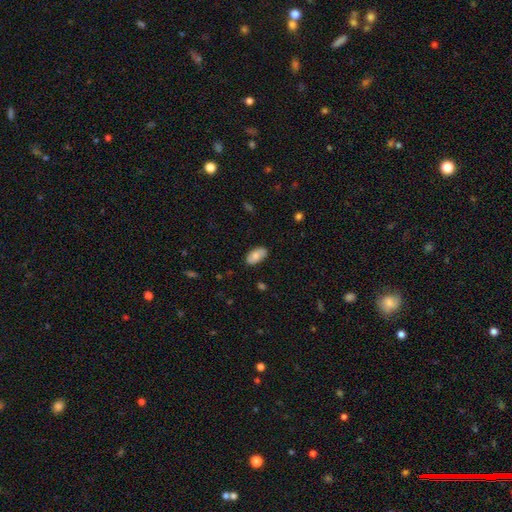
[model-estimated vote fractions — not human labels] The model was most divided on "smooth or featured": smooth: 73%, featured or disk: 21%, star or artifact: 6%. More confident: how rounded — in between (94%); merging — none (83%).